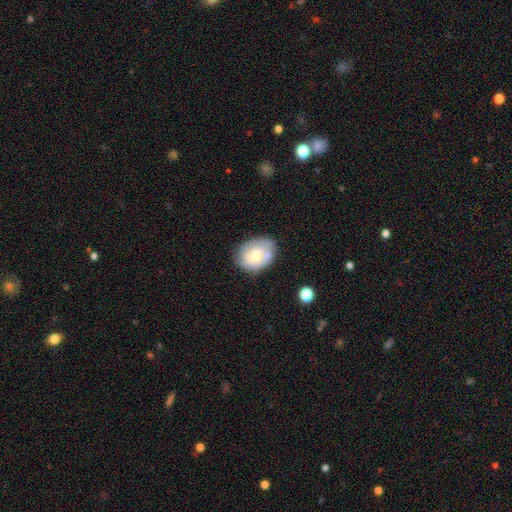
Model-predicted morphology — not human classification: smooth_or_featured: smooth (p=0.58) [alt: featured or disk p=0.34]
how_rounded: in between (p=0.65) [alt: round p=0.34]
merging: none (p=0.61) [alt: minor disturbance p=0.27]